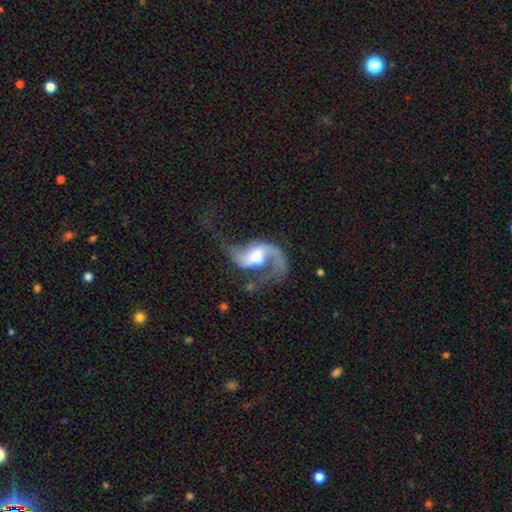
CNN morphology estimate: Smooth or featured? featured or disk (87%)
Edge-on disk? no (97%)
Bar? weak (46%)
Spiral arms? yes (95%)
Spiral winding? loose (68%)
Spiral arm count? 2 (74%)
Bulge size? moderate (58%)
Merging? none (45%)